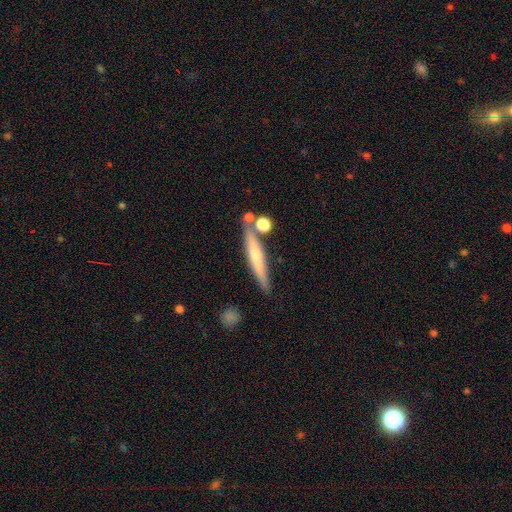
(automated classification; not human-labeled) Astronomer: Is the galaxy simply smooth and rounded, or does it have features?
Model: smooth — 48% (runner-up: featured or disk, 45%).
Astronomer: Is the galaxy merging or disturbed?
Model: none — 75%.